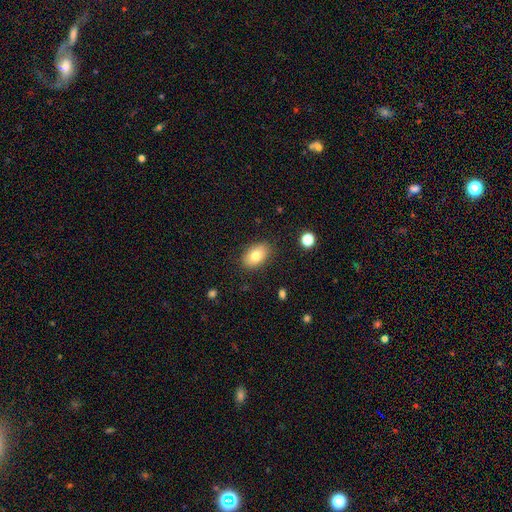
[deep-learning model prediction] Smooth or featured? Predicted: smooth (p=0.79). How rounded? Predicted: in between (p=0.90). Merging? Predicted: none (p=0.85).